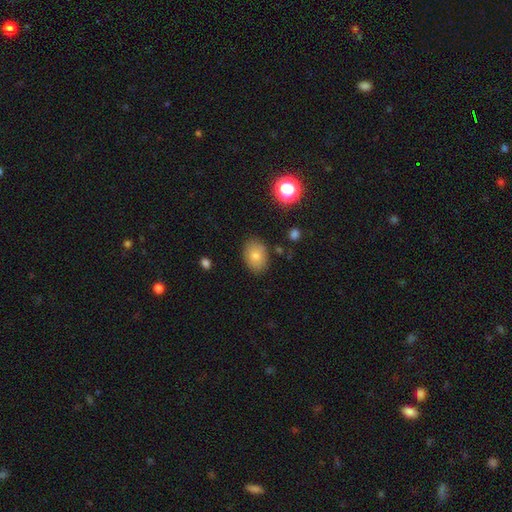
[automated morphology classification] Q: Smooth or featured?
A: smooth (77%); runner-up: featured or disk (13%)
Q: How rounded?
A: in between (75%); runner-up: round (24%)
Q: Merging?
A: none (84%); runner-up: minor disturbance (11%)